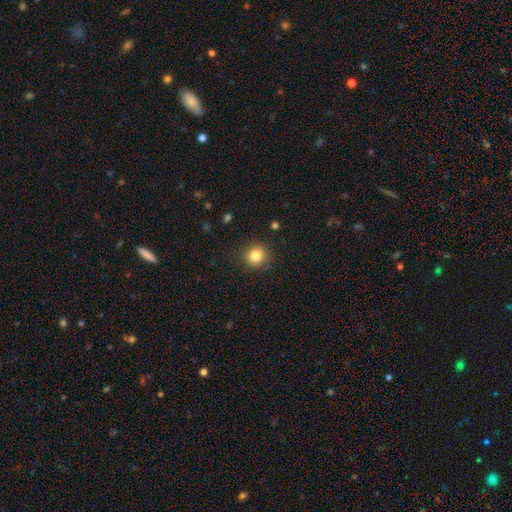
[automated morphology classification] The model was most divided on "smooth or featured": smooth: 82%, star or artifact: 11%, featured or disk: 7%. More confident: how rounded — round (89%); merging — none (88%).